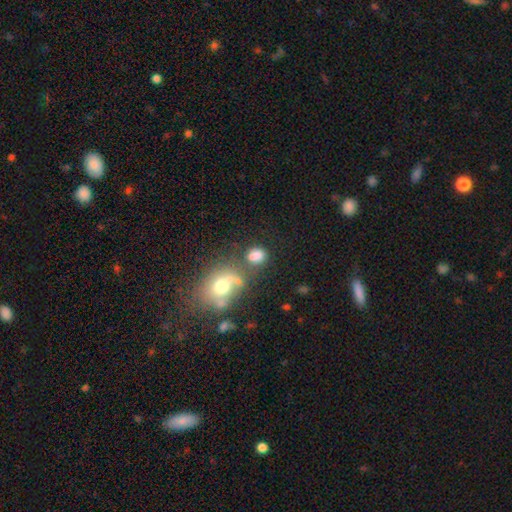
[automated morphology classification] Smooth or featured? smooth (77%)
How rounded? in between (53%)
Merging? none (52%)